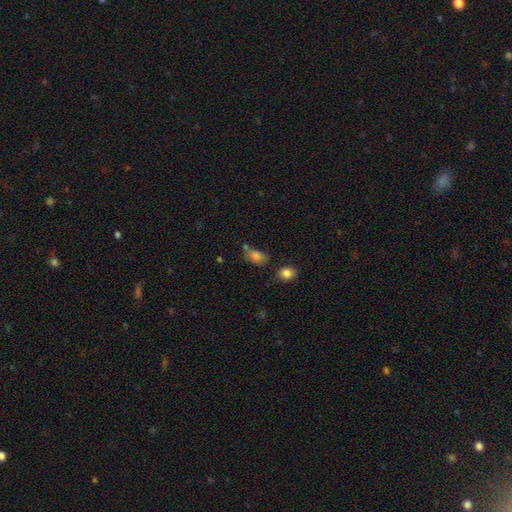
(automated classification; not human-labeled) Morphology: type=smooth (76%); roundness=in between (77%); merging=none (55%).